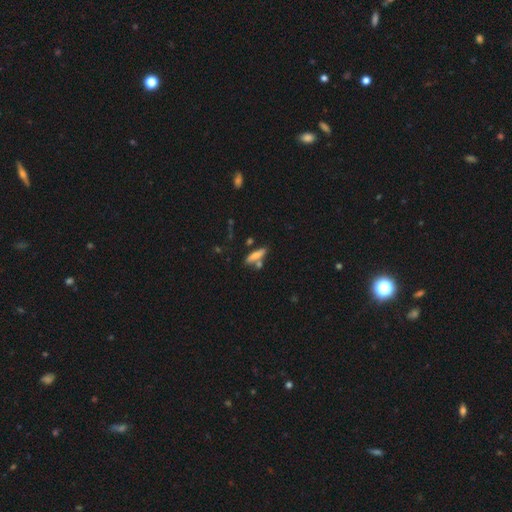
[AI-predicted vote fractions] smooth_or_featured: smooth (p=0.68) [alt: featured or disk p=0.24]
how_rounded: cigar-shaped (p=0.67) [alt: in between p=0.30]
merging: none (p=0.66) [alt: merger p=0.17]